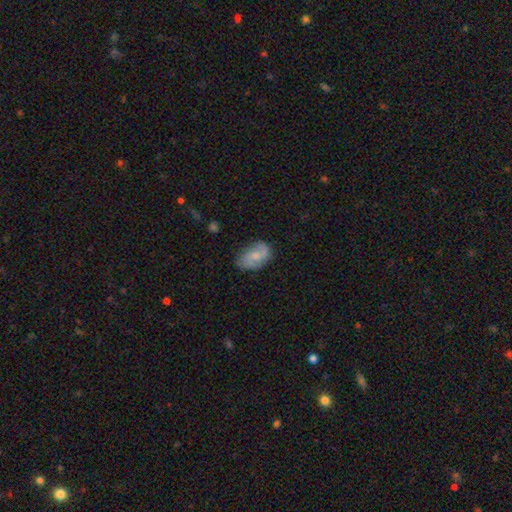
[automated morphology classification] A featured or disk galaxy (48%).

Vote fractions:
- Smooth or featured? featured or disk: 48% / smooth: 45% / star or artifact: 7%
- Merging? none: 69% / minor disturbance: 23% / major disturbance: 7% / merger: 1%